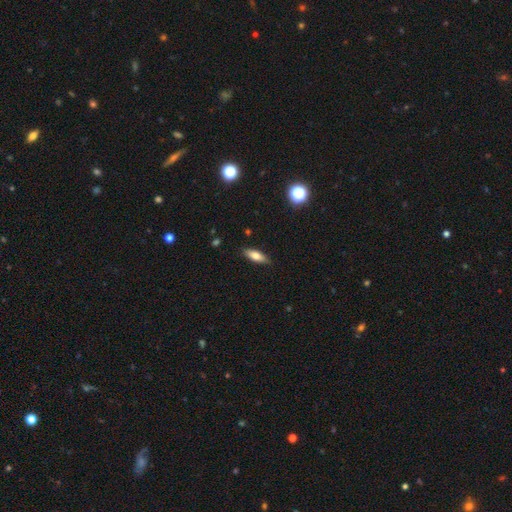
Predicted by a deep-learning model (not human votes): smooth_or_featured: smooth (p=0.72) [alt: featured or disk p=0.20]
how_rounded: in between (p=0.61) [alt: cigar-shaped p=0.36]
merging: none (p=0.86) [alt: minor disturbance p=0.11]